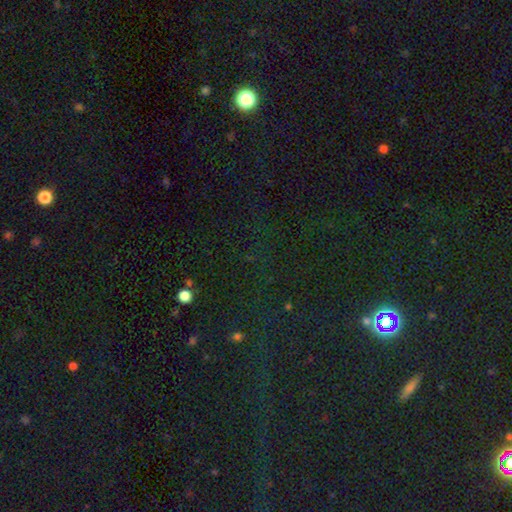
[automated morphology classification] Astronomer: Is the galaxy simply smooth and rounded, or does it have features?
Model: star or artifact — 77%.